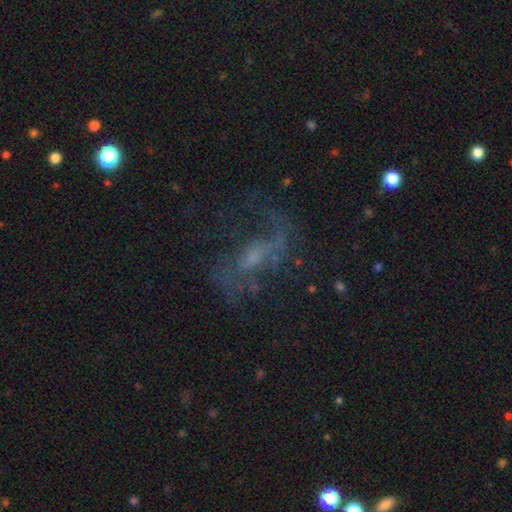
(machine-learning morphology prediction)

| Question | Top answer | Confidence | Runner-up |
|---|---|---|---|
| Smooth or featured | featured or disk | 70% | smooth (16%) |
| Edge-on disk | no | 93% | yes (7%) |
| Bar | weak | 44% | no (38%) |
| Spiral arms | yes | 73% | no (27%) |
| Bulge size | small | 43% | moderate (28%) |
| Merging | none | 52% | major disturbance (28%) |